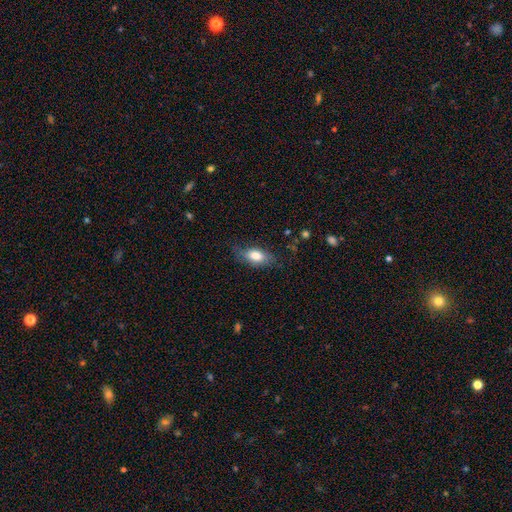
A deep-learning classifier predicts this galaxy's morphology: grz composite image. It shows a smooth galaxy with no disk features (77%) that is in between round and cigar-shaped (87%). Merging: none (70%).